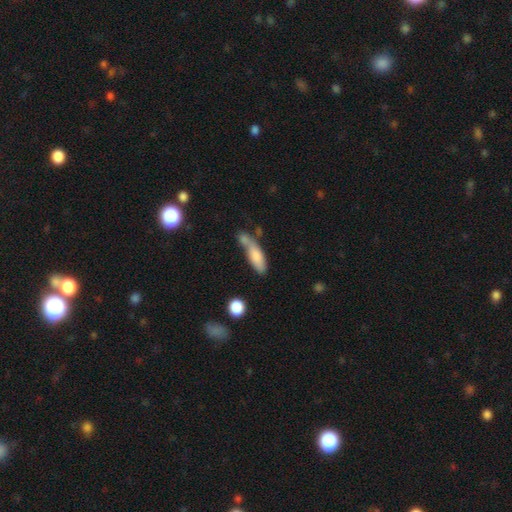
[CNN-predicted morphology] smooth 74%, featured or disk 18%, star or artifact 9%. Down the decision tree: how rounded — in between (50%); merging — merger (36%).